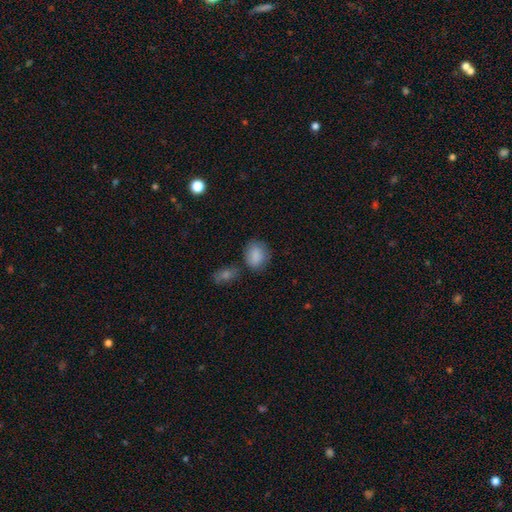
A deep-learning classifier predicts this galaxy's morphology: Smooth or featured?
  - smooth: 86% *
  - star or artifact: 8%
  - featured or disk: 6%
How rounded?
  - in between: 55% *
  - round: 44%
  - cigar-shaped: 1%
Merging?
  - none: 68% *
  - minor disturbance: 19%
  - merger: 8%
  - major disturbance: 6%